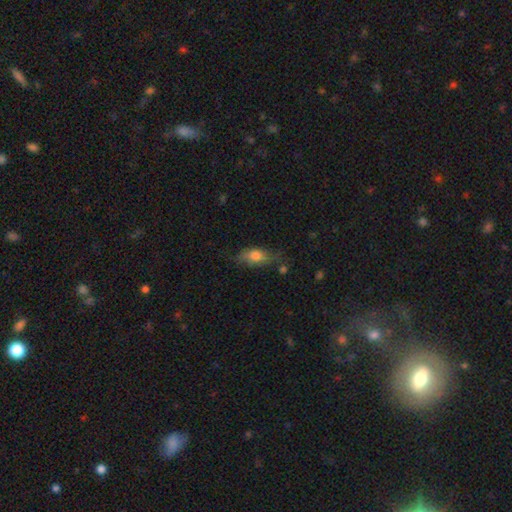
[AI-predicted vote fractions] Overall: smooth (67%). How rounded: in between (78%). Merging: none (60%; minor disturbance 27%).